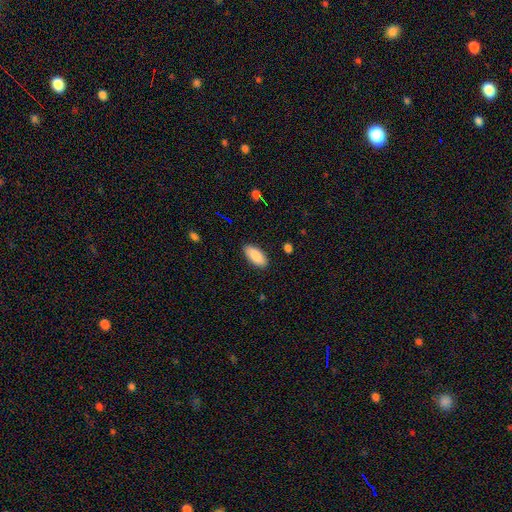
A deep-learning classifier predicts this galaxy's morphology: smooth-or-featured: smooth: 87% | featured or disk: 7% | star or artifact: 6%
  how-rounded: in between: 88% | cigar-shaped: 10% | round: 2%
  merging: none: 88% | minor disturbance: 9% | major disturbance: 2% | merger: 1%